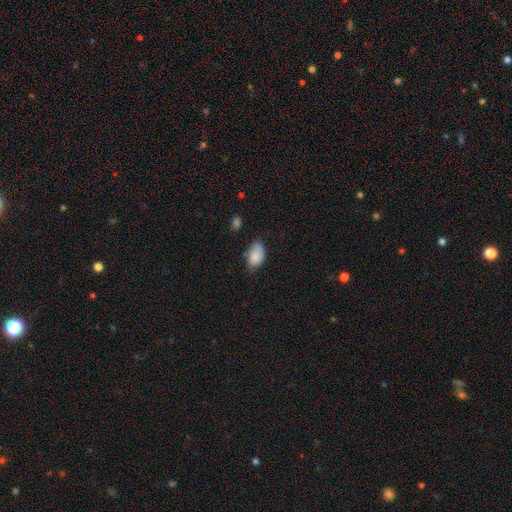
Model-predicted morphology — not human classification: This is clearly a smooth galaxy (85%). How rounded: clearly in between (92%). Merging: possibly none (57%).